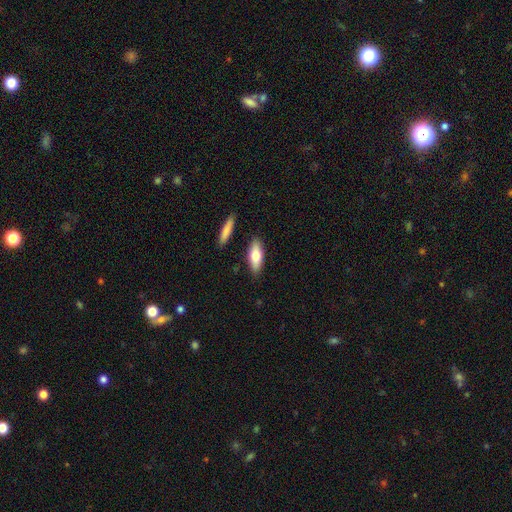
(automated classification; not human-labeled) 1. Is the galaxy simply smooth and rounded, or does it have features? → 73% smooth, 21% featured or disk, 6% star or artifact.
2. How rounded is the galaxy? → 69% in between, 29% cigar-shaped, 2% round.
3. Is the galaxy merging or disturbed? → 85% none, 10% minor disturbance, 3% merger, 2% major disturbance.